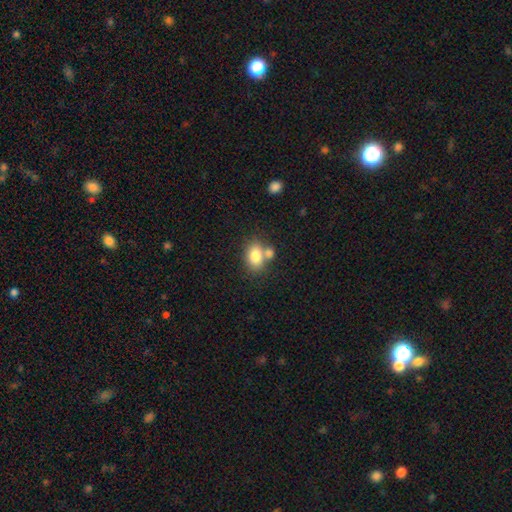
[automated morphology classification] Smooth or featured?
  - smooth: 81% *
  - featured or disk: 10%
  - star or artifact: 9%
How rounded?
  - in between: 77% *
  - round: 22%
  - cigar-shaped: 1%
Merging?
  - none: 51% *
  - merger: 33%
  - minor disturbance: 12%
  - major disturbance: 4%